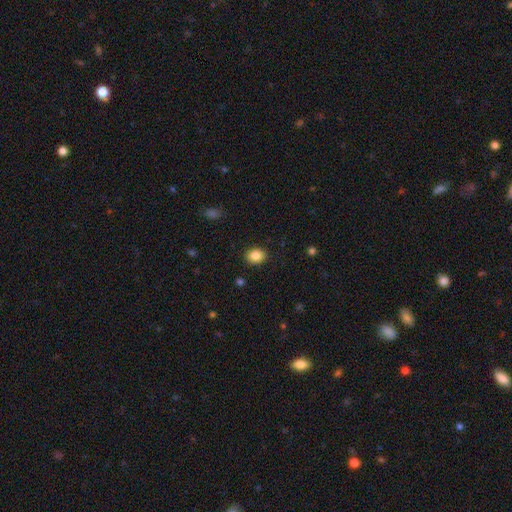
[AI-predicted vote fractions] Morphology: type=smooth (86%); roundness=in between (53%); merging=none (89%).